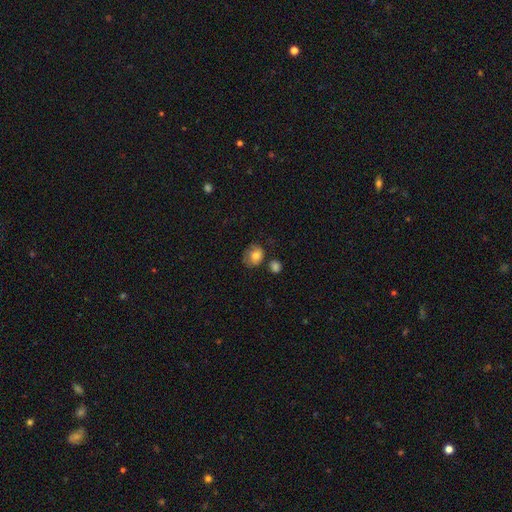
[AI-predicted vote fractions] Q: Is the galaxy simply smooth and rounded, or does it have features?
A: smooth — 77%.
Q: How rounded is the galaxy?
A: round — 65%.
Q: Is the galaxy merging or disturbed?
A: none — 59%.